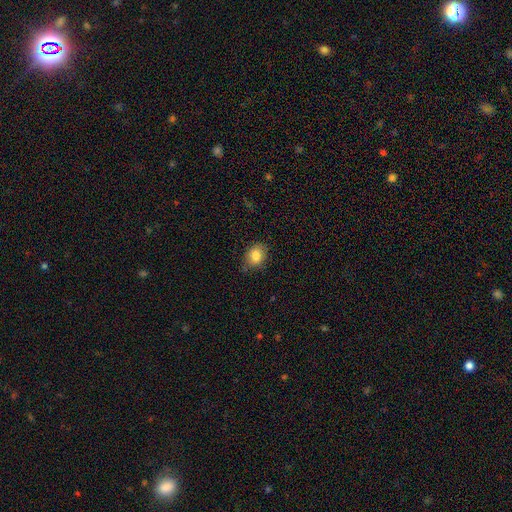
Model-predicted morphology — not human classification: smooth-or-featured: smooth: 84% | star or artifact: 9% | featured or disk: 7%
  how-rounded: in between: 55% | round: 44% | cigar-shaped: 1%
  merging: none: 71% | minor disturbance: 23% | major disturbance: 5% | merger: 1%